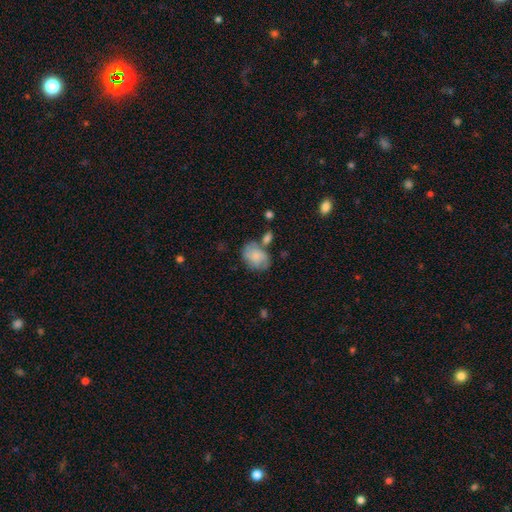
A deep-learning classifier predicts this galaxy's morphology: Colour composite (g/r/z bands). It shows a smooth galaxy with no disk features (58%) that is in between round and cigar-shaped (73%). Merging: none (47%).